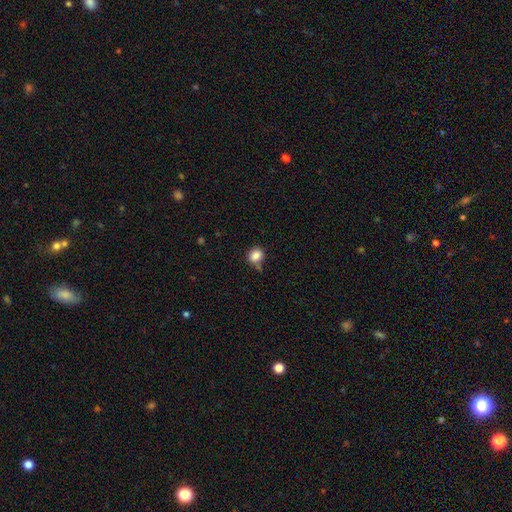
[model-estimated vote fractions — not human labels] This is clearly a smooth galaxy (85%). How rounded: likely round (63%). Merging: likely none (63%).